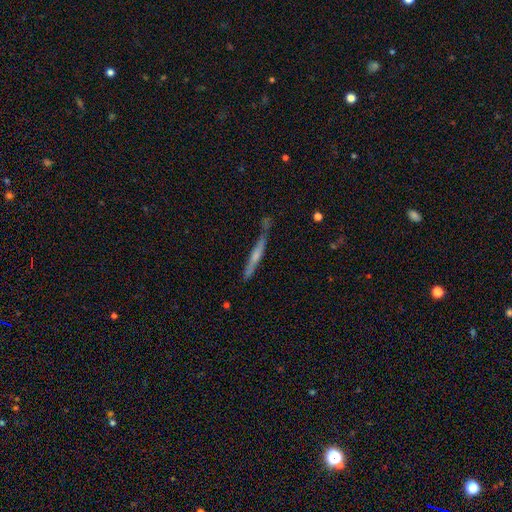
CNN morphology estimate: Overall: featured or disk (61%; smooth 32%). Edge-on disk: yes (94%). Edge-on bulge: rounded (50%; none 38%). Merging: none (70%).